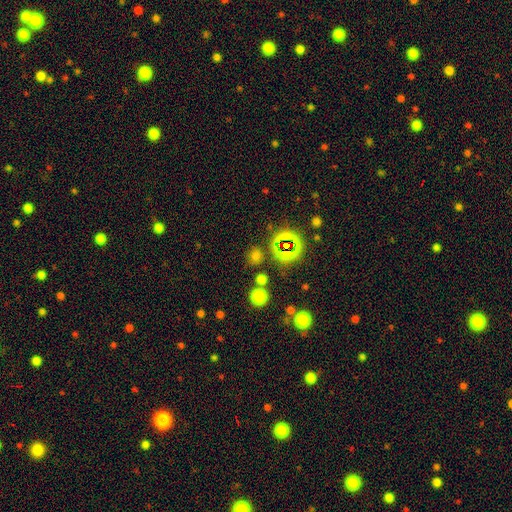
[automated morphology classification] A smooth galaxy with no disk features (57%) that is round (80%).

Vote fractions:
- Smooth or featured? smooth: 57% / star or artifact: 36% / featured or disk: 7%
- How rounded? round: 80% / in between: 19% / cigar-shaped: 1%
- Merging? none: 78% / minor disturbance: 10% / merger: 7% / major disturbance: 4%